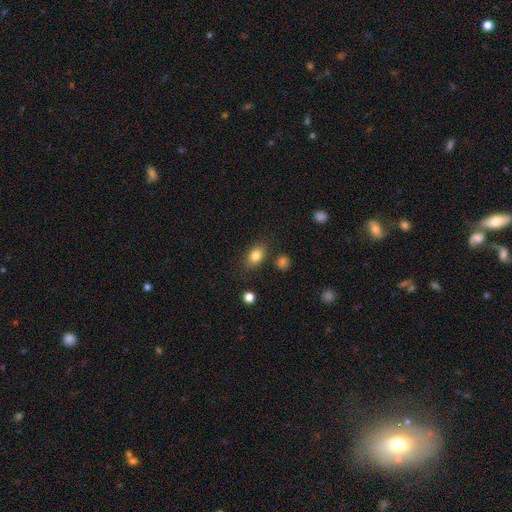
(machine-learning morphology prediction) A smooth galaxy with no disk features (82%) that is in between round and cigar-shaped (79%). Merging: none (81%).